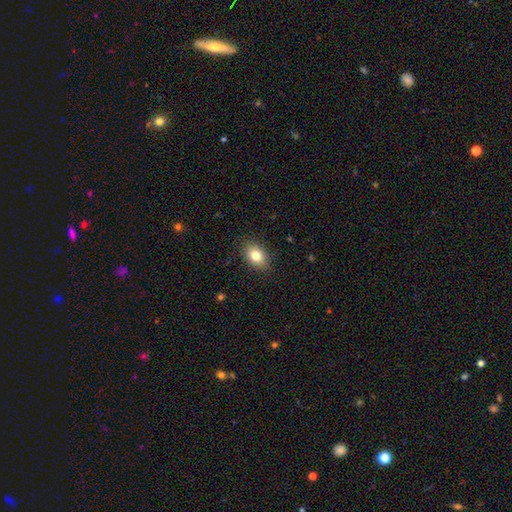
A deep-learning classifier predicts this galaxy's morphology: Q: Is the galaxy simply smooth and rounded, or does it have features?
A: smooth — 81%.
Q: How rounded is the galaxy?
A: in between — 79%.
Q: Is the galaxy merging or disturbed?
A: none — 87%.